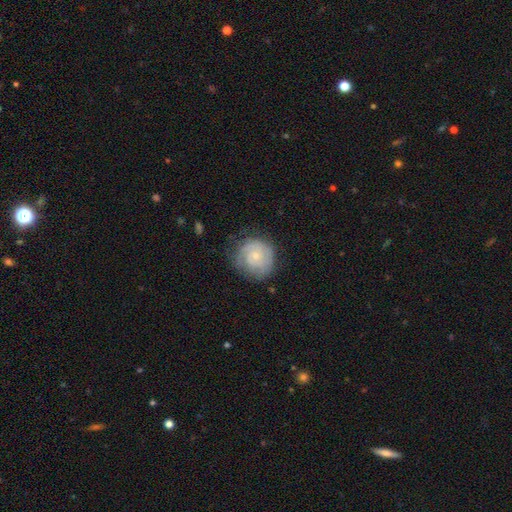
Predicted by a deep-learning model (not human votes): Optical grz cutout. It shows a featured or disk galaxy (60%) with no bar (77%), spiral arms (84%) and a small central bulge (67%). Merging: none (71%).